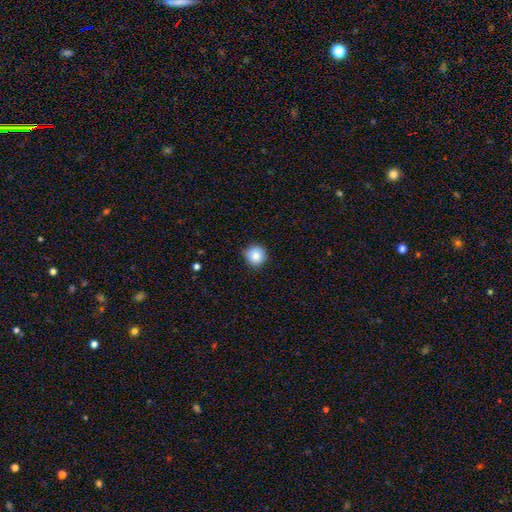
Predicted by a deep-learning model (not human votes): Smooth or featured? Predicted: smooth (p=0.85). How rounded? Predicted: round (p=0.94). Merging? Predicted: none (p=0.81).